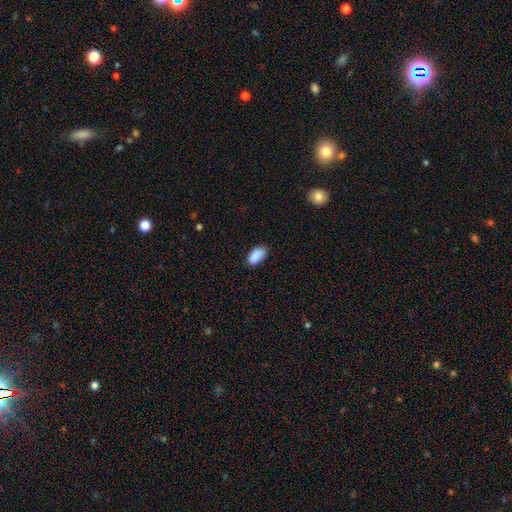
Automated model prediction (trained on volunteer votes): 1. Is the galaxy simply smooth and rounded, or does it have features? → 88% smooth, 7% star or artifact, 5% featured or disk.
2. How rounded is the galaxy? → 94% in between, 4% round, 3% cigar-shaped.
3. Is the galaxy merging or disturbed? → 74% none, 21% minor disturbance, 3% major disturbance, 1% merger.